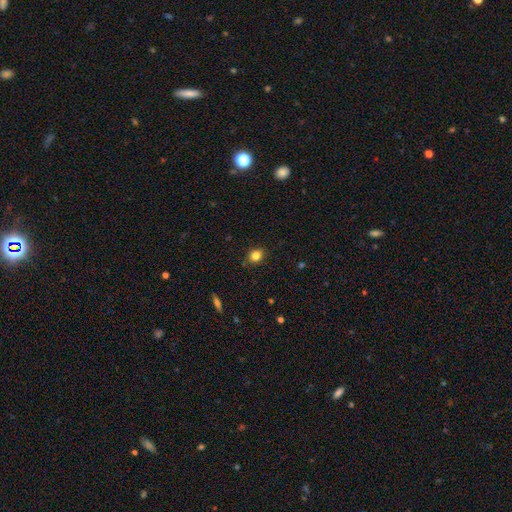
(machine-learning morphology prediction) The model was most divided on "how rounded": round: 61%, in between: 37%, cigar-shaped: 1%. More confident: merging — none (85%); smooth or featured — smooth (83%).